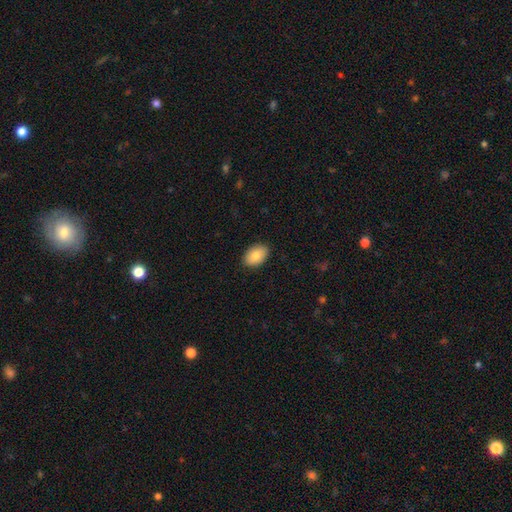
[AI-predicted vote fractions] Smooth or featured?
  - smooth: 84% *
  - featured or disk: 9%
  - star or artifact: 7%
How rounded?
  - in between: 89% *
  - round: 10%
  - cigar-shaped: 1%
Merging?
  - none: 89% *
  - minor disturbance: 9%
  - major disturbance: 2%
  - merger: 1%